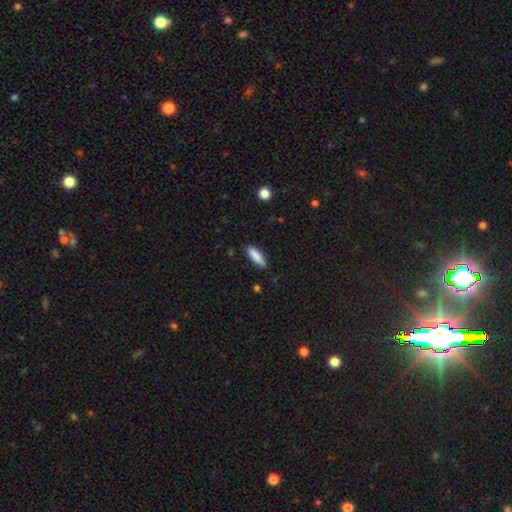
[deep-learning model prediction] A smooth galaxy with no disk features (86%) that is cigar-shaped (51%). Merging: none (82%).